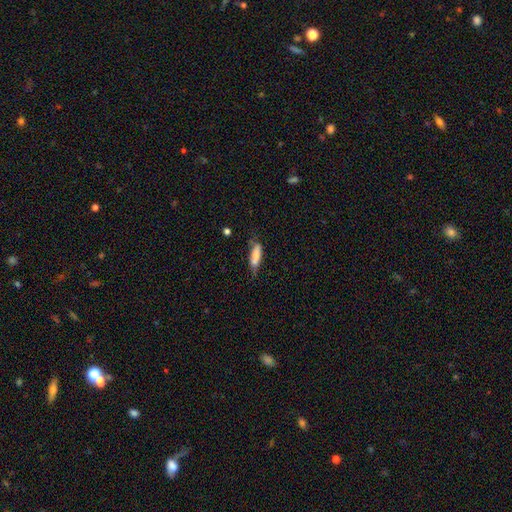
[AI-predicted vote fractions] Smooth or featured?
  - smooth: 74% *
  - featured or disk: 19%
  - star or artifact: 7%
How rounded?
  - cigar-shaped: 58% *
  - in between: 40%
  - round: 2%
Merging?
  - none: 48% *
  - minor disturbance: 34%
  - major disturbance: 13%
  - merger: 5%